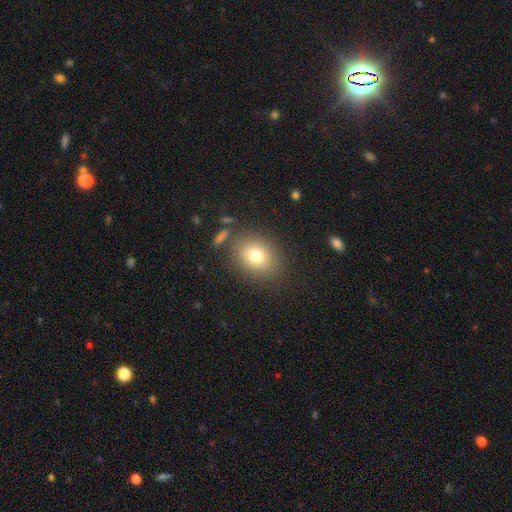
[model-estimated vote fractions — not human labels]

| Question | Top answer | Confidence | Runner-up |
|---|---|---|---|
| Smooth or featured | smooth | 77% | star or artifact (12%) |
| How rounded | round | 54% | in between (45%) |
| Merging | none | 81% | minor disturbance (10%) |